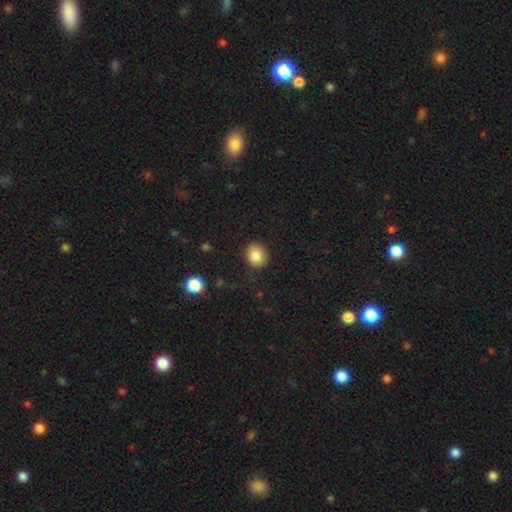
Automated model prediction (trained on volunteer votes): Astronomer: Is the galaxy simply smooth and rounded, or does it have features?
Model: smooth — 85%.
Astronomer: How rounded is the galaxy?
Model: round — 74%.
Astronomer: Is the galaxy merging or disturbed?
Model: none — 89%.